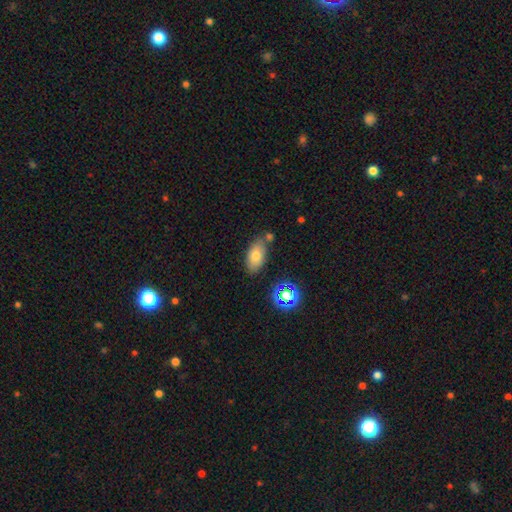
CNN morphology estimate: Smooth or featured?
  - smooth: 74% *
  - featured or disk: 15%
  - star or artifact: 12%
How rounded?
  - in between: 90% *
  - round: 7%
  - cigar-shaped: 3%
Merging?
  - none: 68% *
  - minor disturbance: 17%
  - merger: 11%
  - major disturbance: 4%